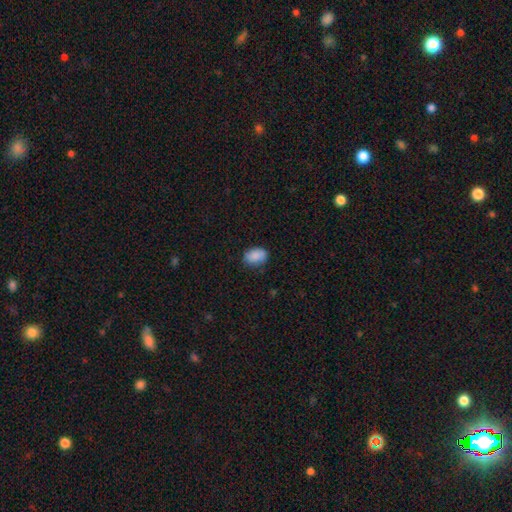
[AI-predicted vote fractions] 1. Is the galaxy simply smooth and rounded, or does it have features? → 87% smooth, 7% star or artifact, 5% featured or disk.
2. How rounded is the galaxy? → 82% in between, 17% round, 1% cigar-shaped.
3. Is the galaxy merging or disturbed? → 79% none, 16% minor disturbance, 3% major disturbance, 1% merger.